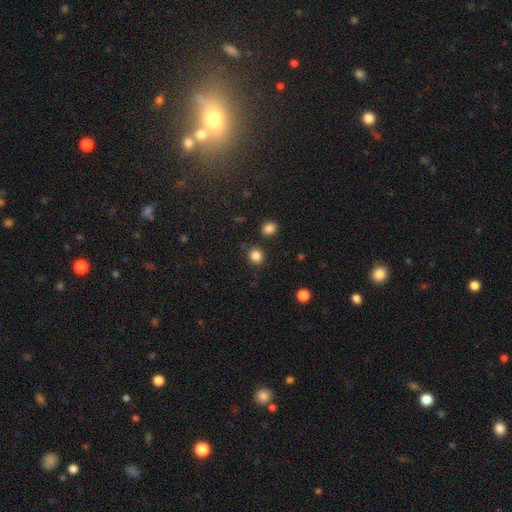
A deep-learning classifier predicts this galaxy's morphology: type=smooth (84%); roundness=round (87%); merging=none (86%).